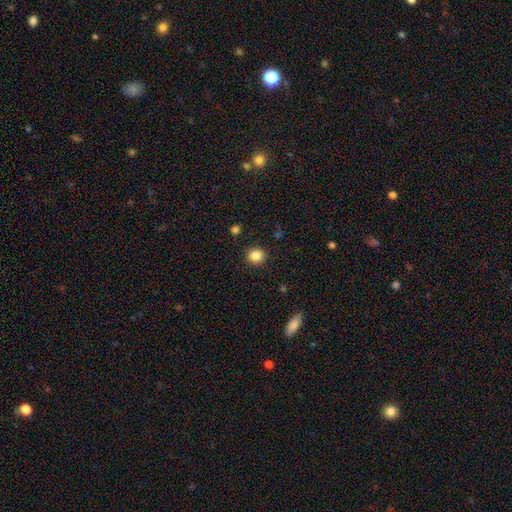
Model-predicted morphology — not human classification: Smooth or featured? Predicted: smooth (p=0.85). How rounded? Predicted: round (p=0.90). Merging? Predicted: none (p=0.91).